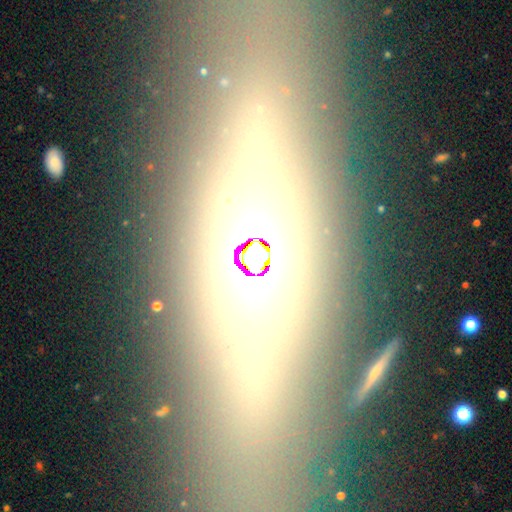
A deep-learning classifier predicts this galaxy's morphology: The model was most divided on "smooth or featured": featured or disk: 45%, smooth: 30%, star or artifact: 25%. More confident: merging — none (84%).